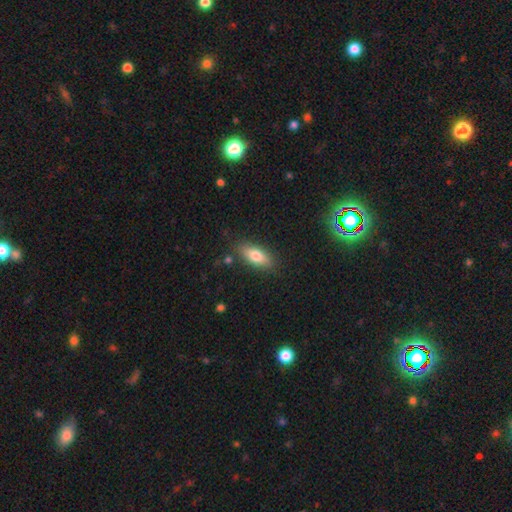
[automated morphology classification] smooth 76%, featured or disk 17%, star or artifact 7%. Down the decision tree: how rounded — in between (77%); merging — none (84%).